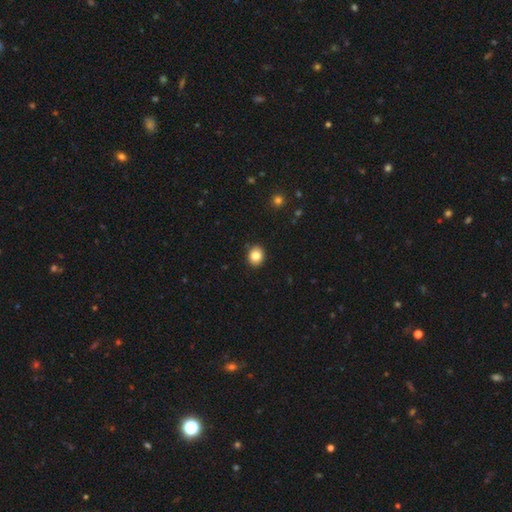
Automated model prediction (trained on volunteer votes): Morphology: type=smooth (83%); roundness=round (65%); merging=none (91%).